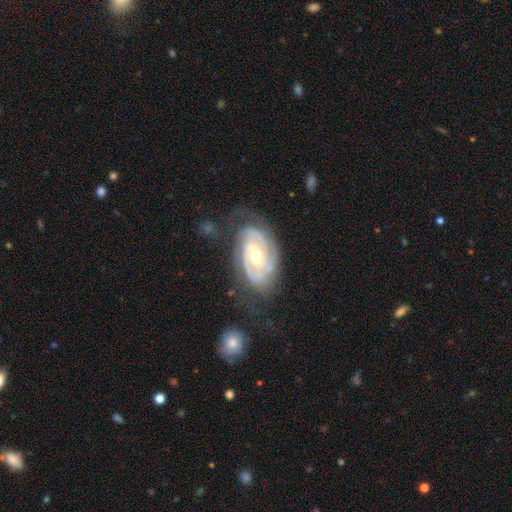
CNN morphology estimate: The model was most divided on "bar": no: 47%, weak: 38%, strong: 15%. More confident: edge-on disk — no (96%); spiral arms — yes (96%); smooth or featured — featured or disk (89%); spiral winding — tight (69%); merging — none (66%); bulge size — moderate (64%); spiral arm count — 2 (57%).